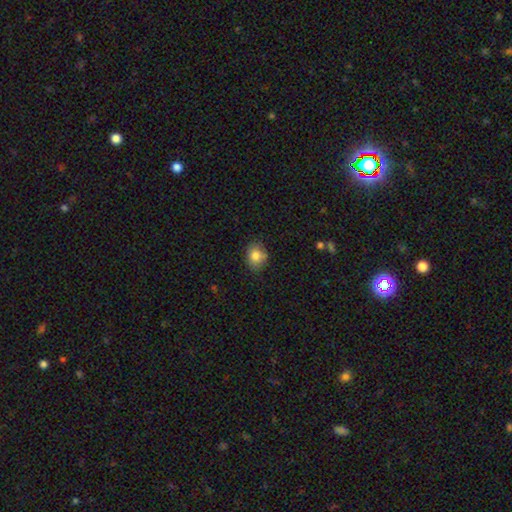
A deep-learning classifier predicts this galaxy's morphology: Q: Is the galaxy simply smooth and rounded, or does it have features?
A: smooth — 82%.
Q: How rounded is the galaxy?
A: in between — 52%.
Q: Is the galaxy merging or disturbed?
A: none — 77%.